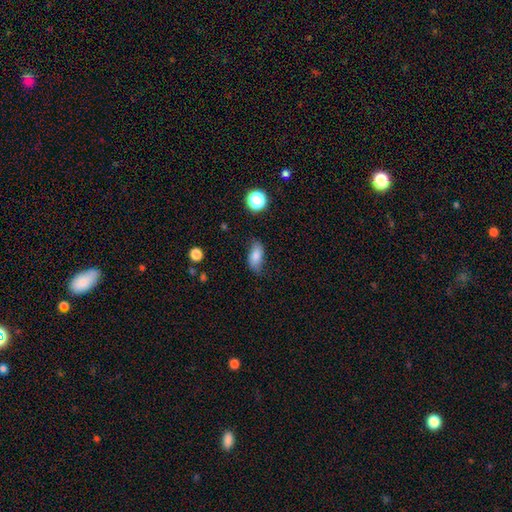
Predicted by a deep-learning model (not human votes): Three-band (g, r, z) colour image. It shows a smooth galaxy with no disk features (77%) that is in between round and cigar-shaped (87%). Merging: none (67%).